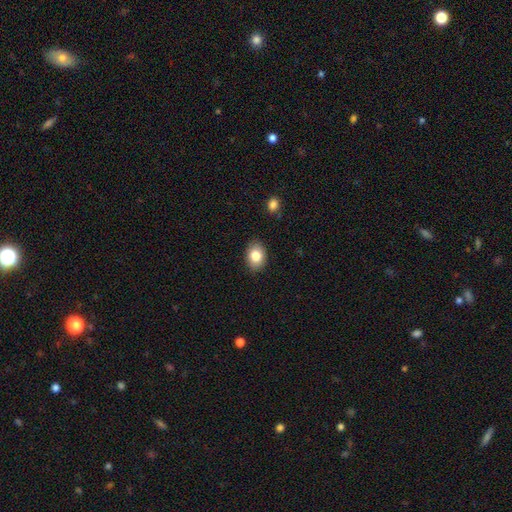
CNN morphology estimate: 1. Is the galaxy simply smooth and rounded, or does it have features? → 83% smooth, 9% featured or disk, 8% star or artifact.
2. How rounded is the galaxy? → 71% in between, 28% round, 1% cigar-shaped.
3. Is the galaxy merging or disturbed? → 87% none, 10% minor disturbance, 2% major disturbance, 1% merger.